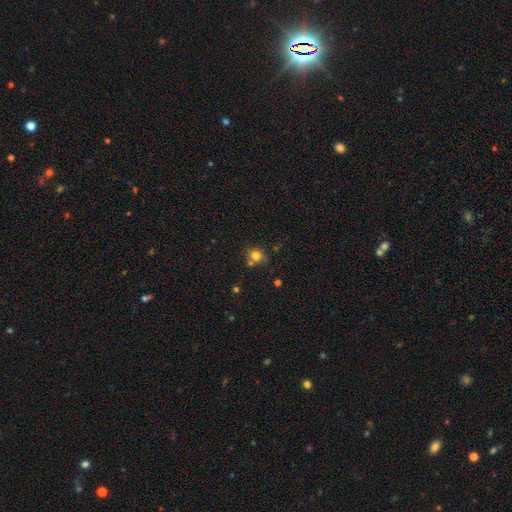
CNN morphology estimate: Smooth or featured: smooth — 76% (star or artifact — 14%)
How rounded: round — 74% (in between — 25%)
Merging: none — 60% (merger — 18%)